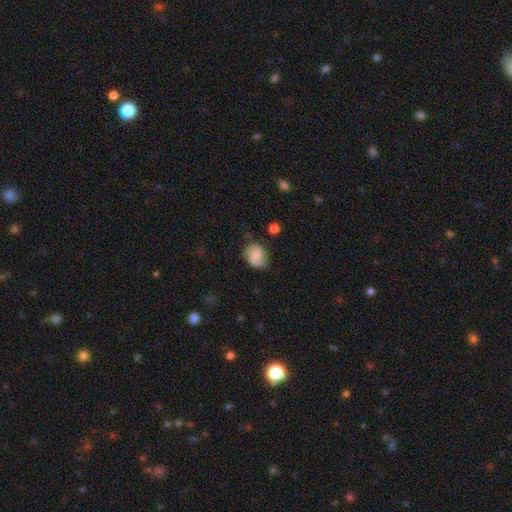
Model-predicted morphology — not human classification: Overall: smooth (46%; featured or disk 45%). Merging: none (68%).